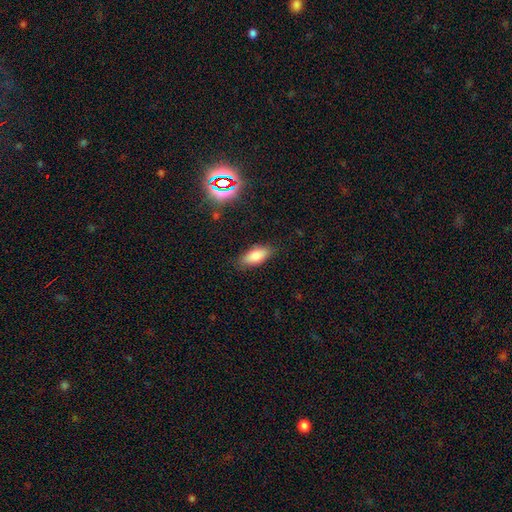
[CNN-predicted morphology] A smooth galaxy with no disk features (82%) that is in between round and cigar-shaped (82%).

Vote fractions:
- Smooth or featured? smooth: 82% / featured or disk: 9% / star or artifact: 9%
- How rounded? in between: 82% / cigar-shaped: 15% / round: 3%
- Merging? none: 83% / minor disturbance: 13% / major disturbance: 3% / merger: 2%